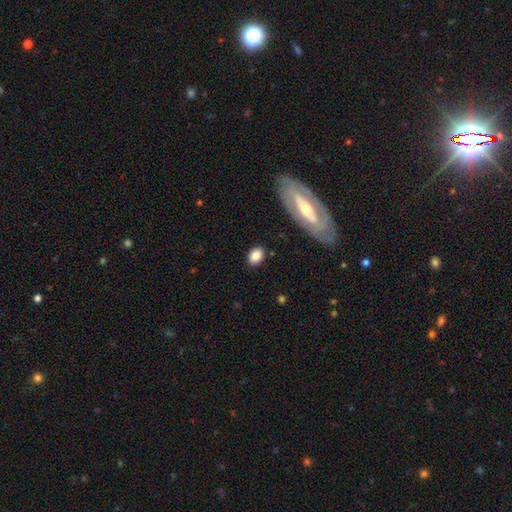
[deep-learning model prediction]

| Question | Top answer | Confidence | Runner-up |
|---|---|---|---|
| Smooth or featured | smooth | 83% | featured or disk (10%) |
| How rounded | in between | 77% | round (21%) |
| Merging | none | 84% | minor disturbance (11%) |